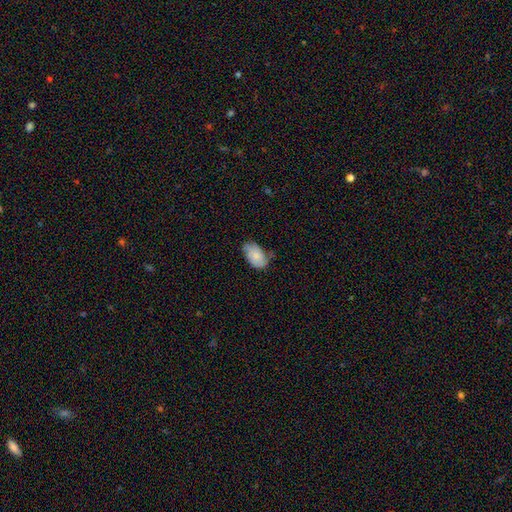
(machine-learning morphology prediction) Smooth or featured? Predicted: smooth (p=0.69). How rounded? Predicted: in between (p=0.92). Merging? Predicted: none (p=0.51).